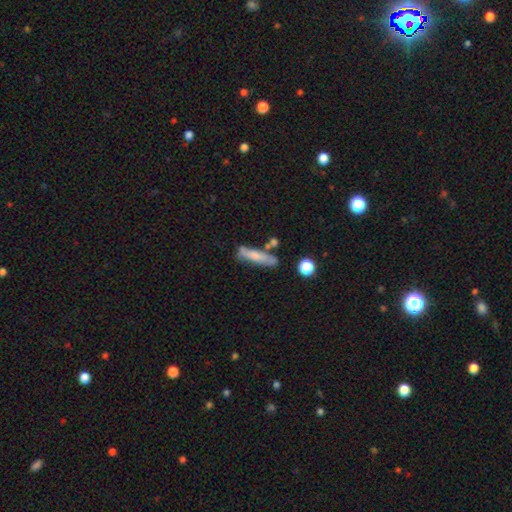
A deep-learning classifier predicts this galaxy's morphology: A smooth galaxy with no disk features (63%) that is cigar-shaped (76%).

Vote fractions:
- Smooth or featured? smooth: 63% / featured or disk: 28% / star or artifact: 8%
- How rounded? cigar-shaped: 76% / in between: 21% / round: 3%
- Merging? none: 58% / minor disturbance: 21% / merger: 13% / major disturbance: 7%